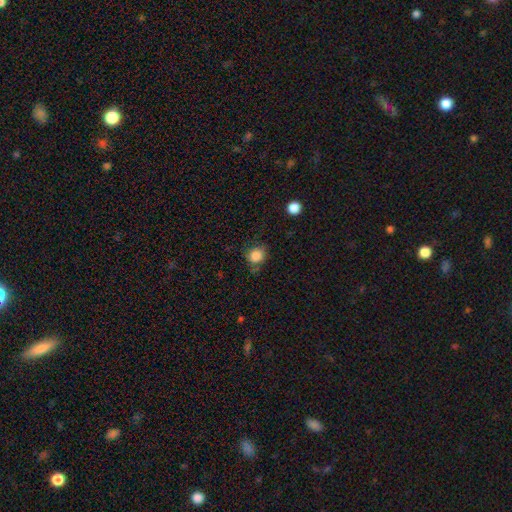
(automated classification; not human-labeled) A smooth galaxy with no disk features (84%) that is round (80%).

Vote fractions:
- Smooth or featured? smooth: 84% / star or artifact: 10% / featured or disk: 6%
- How rounded? round: 80% / in between: 19% / cigar-shaped: 1%
- Merging? none: 69% / minor disturbance: 21% / major disturbance: 6% / merger: 4%